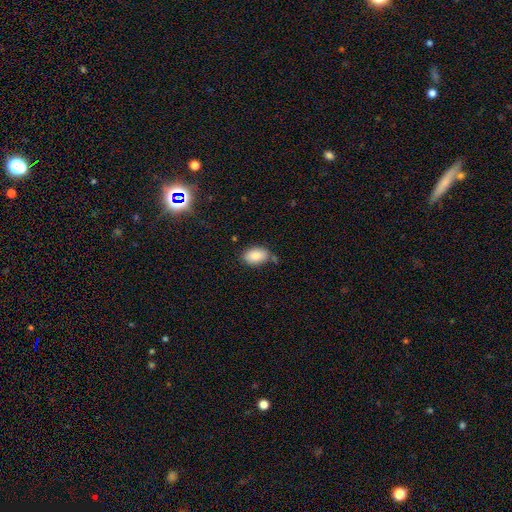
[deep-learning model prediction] Smooth or featured: smooth — 86% (star or artifact — 7%)
How rounded: in between — 91% (round — 8%)
Merging: none — 74% (minor disturbance — 17%)